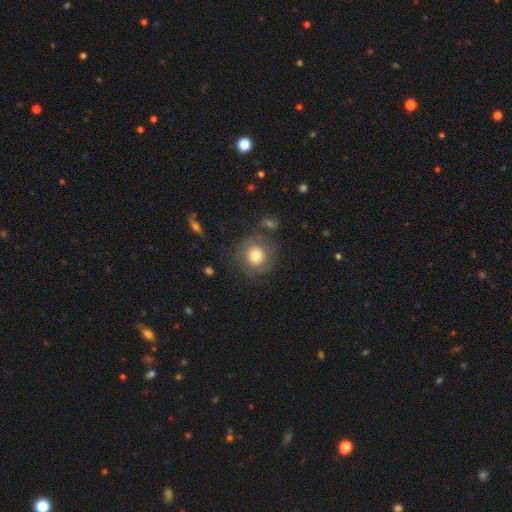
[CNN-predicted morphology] Overall: smooth (66%). How rounded: round (92%). Merging: none (71%).